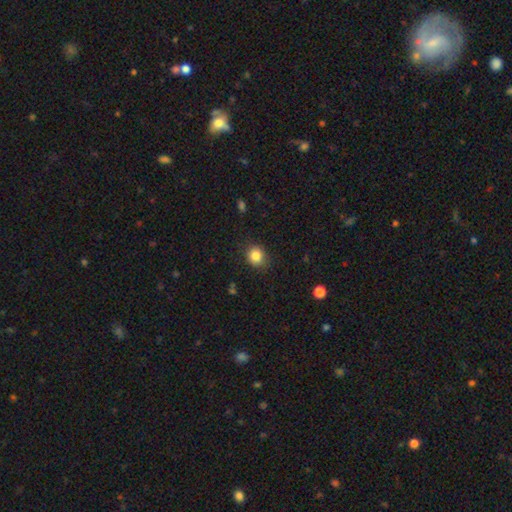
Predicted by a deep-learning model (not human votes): Morphology: type=smooth (85%); roundness=round (76%); merging=none (84%).